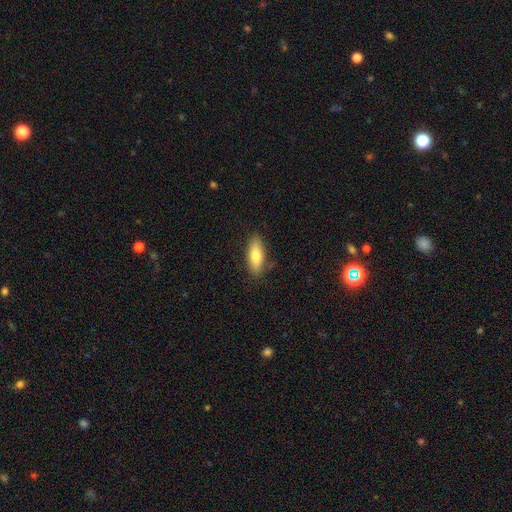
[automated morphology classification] A smooth galaxy with no disk features (77%) that is in between round and cigar-shaped (68%).

Vote fractions:
- Smooth or featured? smooth: 77% / featured or disk: 17% / star or artifact: 6%
- How rounded? in between: 68% / cigar-shaped: 30% / round: 2%
- Merging? none: 81% / minor disturbance: 15% / major disturbance: 3% / merger: 1%